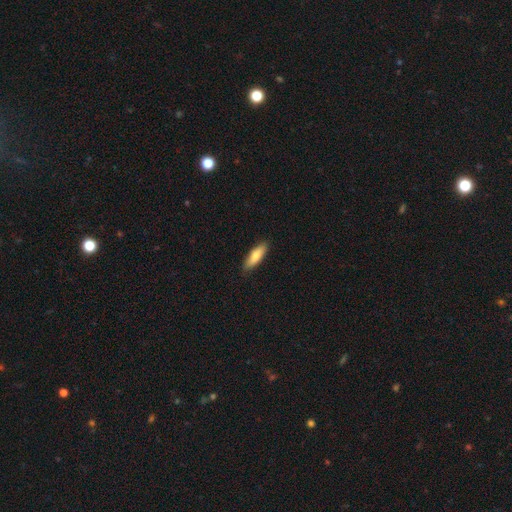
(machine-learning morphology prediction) The model was most divided on "how rounded": cigar-shaped: 52%, in between: 47%, round: 2%. More confident: merging — none (87%); smooth or featured — smooth (78%).